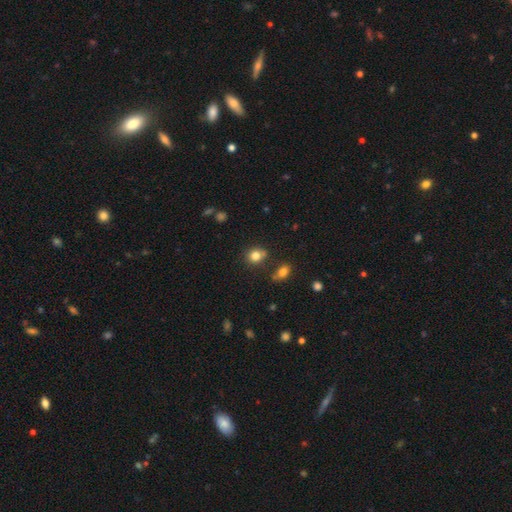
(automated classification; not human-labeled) Smooth or featured? Predicted: smooth (p=0.82). How rounded? Predicted: round (p=0.66). Merging? Predicted: none (p=0.71).